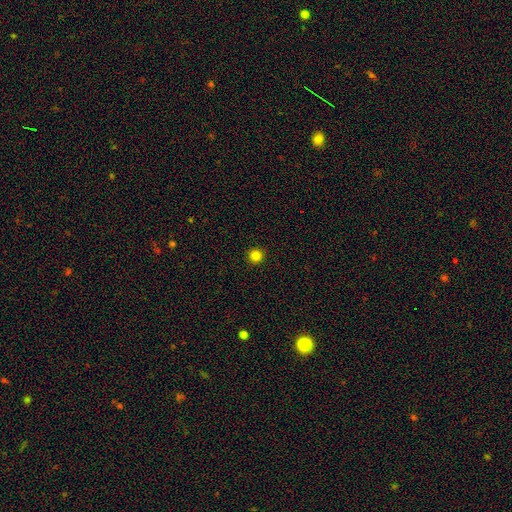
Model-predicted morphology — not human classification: This appears to be a smooth galaxy with no disk features (83%) that is round (96%). Merging: none (94%).